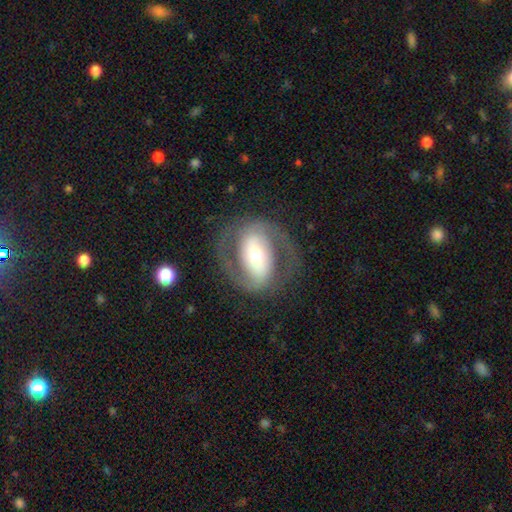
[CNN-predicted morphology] This is clearly a featured or disk galaxy (83%). It is clearly not viewed edge-on (96%). Bar: possibly strong (53%). Spiral arm pattern: clearly yes (88%). Spiral arm count: clearly 2 (90%). Spiral winding: possibly medium (50%). Central bulge: possibly moderate (55%). Merging: likely none (78%).